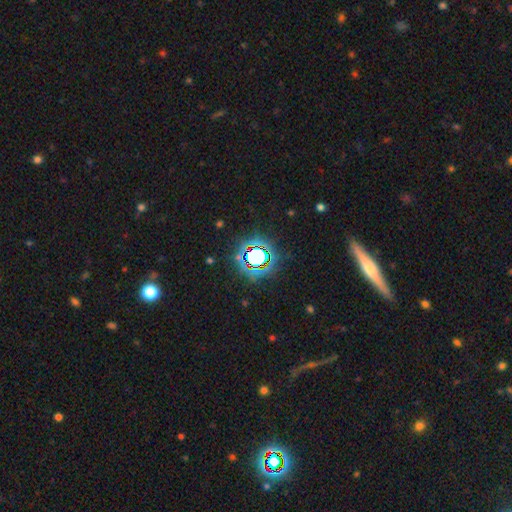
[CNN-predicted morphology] Q: Smooth or featured?
A: star or artifact (73%); runner-up: smooth (16%)